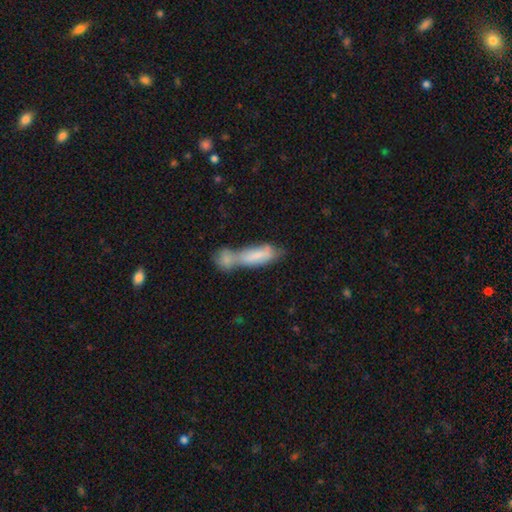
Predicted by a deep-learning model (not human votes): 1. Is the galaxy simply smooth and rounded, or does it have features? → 71% smooth, 22% featured or disk, 7% star or artifact.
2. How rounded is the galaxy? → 53% in between, 44% cigar-shaped, 3% round.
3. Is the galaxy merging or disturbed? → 66% merger, 18% none, 10% minor disturbance, 6% major disturbance.